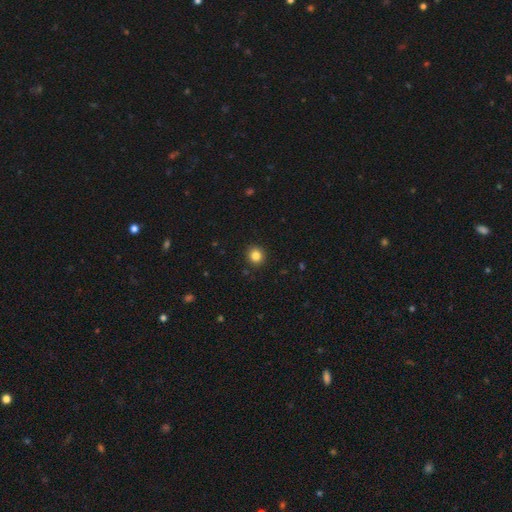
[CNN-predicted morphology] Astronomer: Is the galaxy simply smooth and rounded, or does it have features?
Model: smooth — 84%.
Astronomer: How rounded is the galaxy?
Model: round — 92%.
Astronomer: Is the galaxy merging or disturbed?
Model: none — 92%.